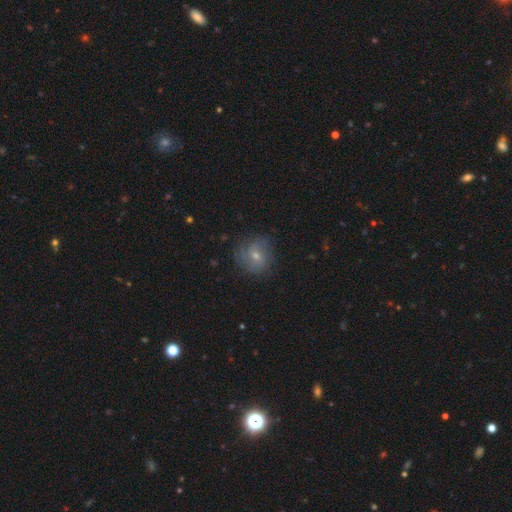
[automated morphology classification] A featured or disk galaxy (50%). Merging: none (75%).